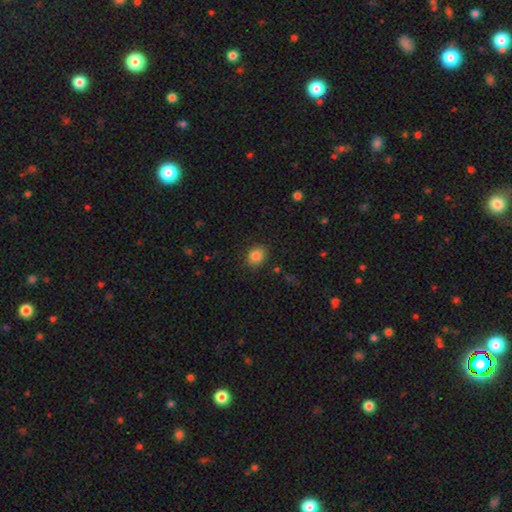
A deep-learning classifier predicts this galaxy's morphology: This appears to be a smooth galaxy with no disk features (83%) that is in between round and cigar-shaped (54%). Merging: none (85%).